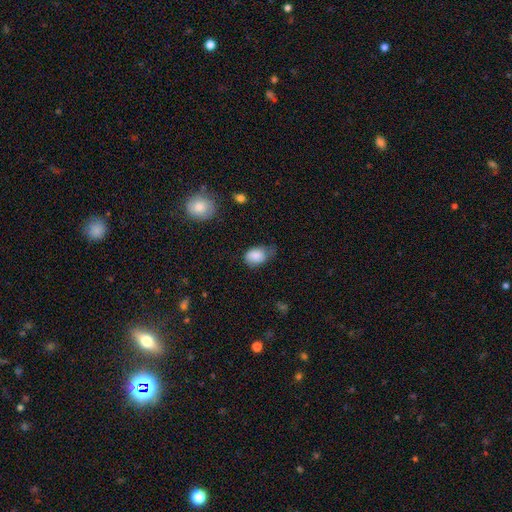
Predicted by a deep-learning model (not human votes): Smooth or featured?
  - smooth: 84% *
  - featured or disk: 8%
  - star or artifact: 8%
How rounded?
  - in between: 77% *
  - round: 22%
  - cigar-shaped: 1%
Merging?
  - minor disturbance: 44% *
  - none: 38%
  - major disturbance: 16%
  - merger: 3%